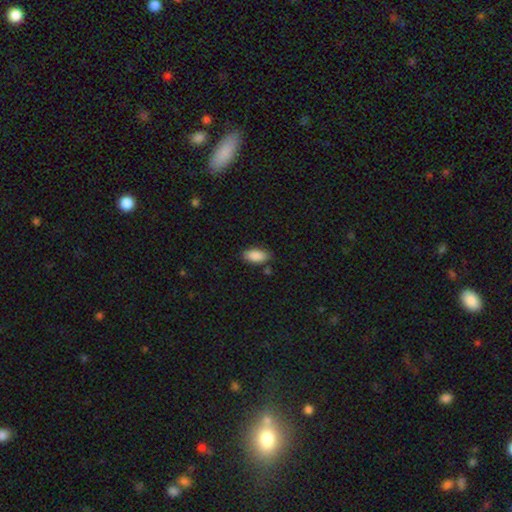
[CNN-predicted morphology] Smooth or featured? smooth (89%)
How rounded? in between (91%)
Merging? none (80%)